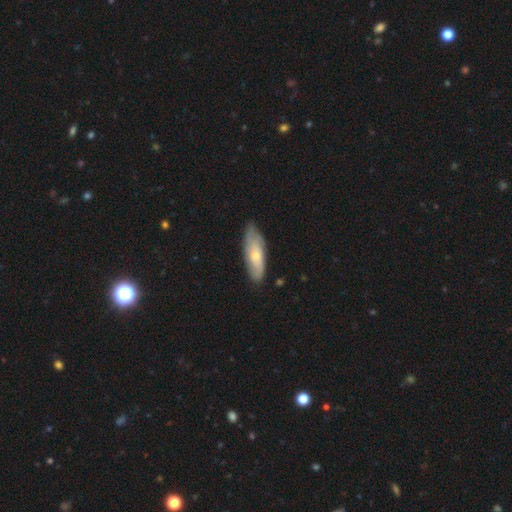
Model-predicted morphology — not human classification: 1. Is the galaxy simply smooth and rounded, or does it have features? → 53% smooth, 41% featured or disk, 6% star or artifact.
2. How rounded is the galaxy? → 54% in between, 44% cigar-shaped, 2% round.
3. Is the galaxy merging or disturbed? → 73% none, 22% minor disturbance, 4% major disturbance, 1% merger.